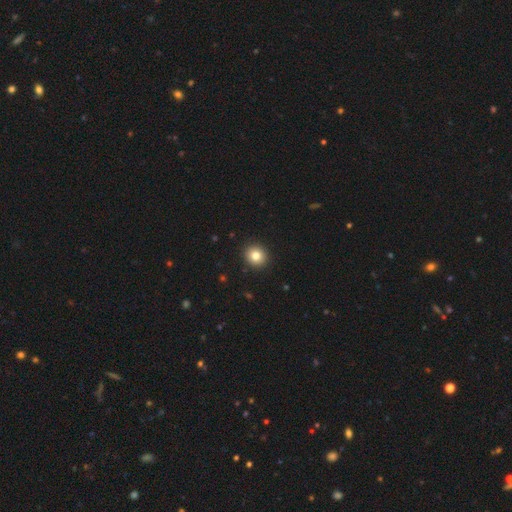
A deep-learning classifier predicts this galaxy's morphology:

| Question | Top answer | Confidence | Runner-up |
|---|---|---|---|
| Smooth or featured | smooth | 82% | star or artifact (11%) |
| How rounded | round | 88% | in between (11%) |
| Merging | none | 93% | minor disturbance (5%) |